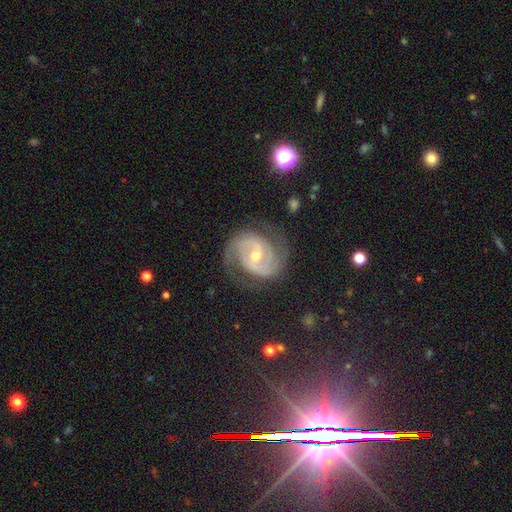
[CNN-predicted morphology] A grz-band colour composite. It shows a featured or disk galaxy (88%) with a weak bar (46%), 2 (87%) tight (48%) spiral arms (98%) and a moderate central bulge (54%). Merging: none (77%).